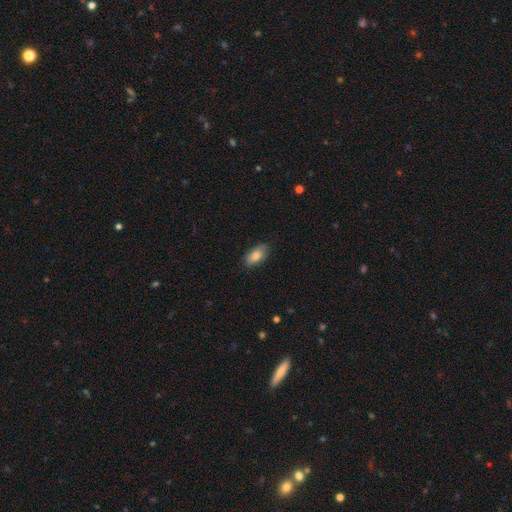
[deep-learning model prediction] Smooth or featured?
  - smooth: 81% *
  - featured or disk: 12%
  - star or artifact: 7%
How rounded?
  - in between: 91% *
  - cigar-shaped: 6%
  - round: 3%
Merging?
  - none: 81% *
  - minor disturbance: 15%
  - major disturbance: 3%
  - merger: 1%